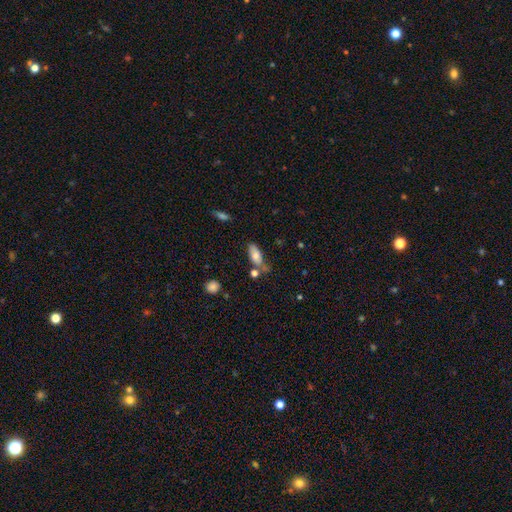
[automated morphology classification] smooth_or_featured: smooth (p=0.75) [alt: featured or disk p=0.17]
how_rounded: in between (p=0.83) [alt: cigar-shaped p=0.14]
merging: none (p=0.49) [alt: minor disturbance p=0.24]